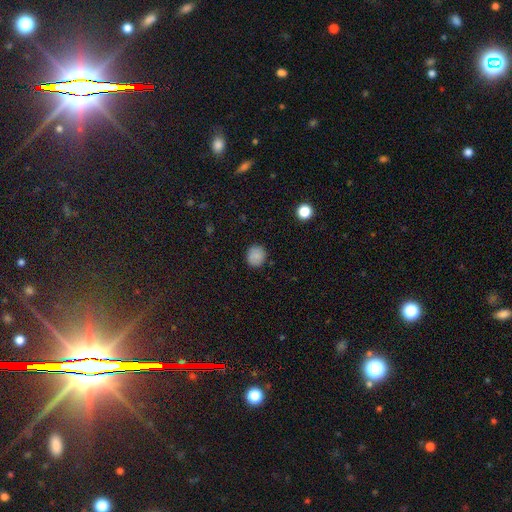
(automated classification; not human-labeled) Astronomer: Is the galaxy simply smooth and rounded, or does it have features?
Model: smooth — 85%.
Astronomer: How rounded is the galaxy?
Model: round — 86%.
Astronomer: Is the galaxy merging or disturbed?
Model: none — 88%.